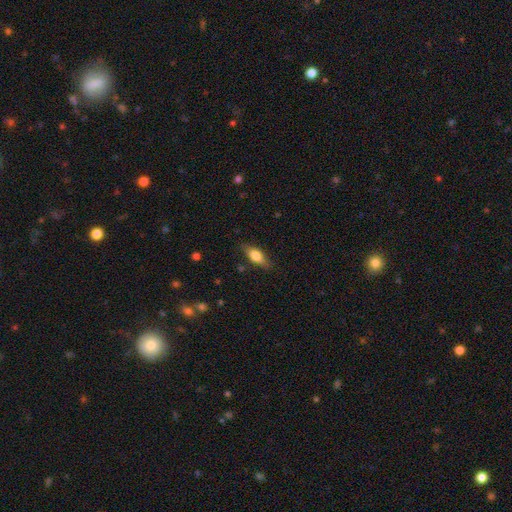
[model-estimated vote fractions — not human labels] Smooth or featured: smooth — 68% (featured or disk — 25%)
How rounded: in between — 71% (cigar-shaped — 25%)
Merging: none — 78% (minor disturbance — 16%)